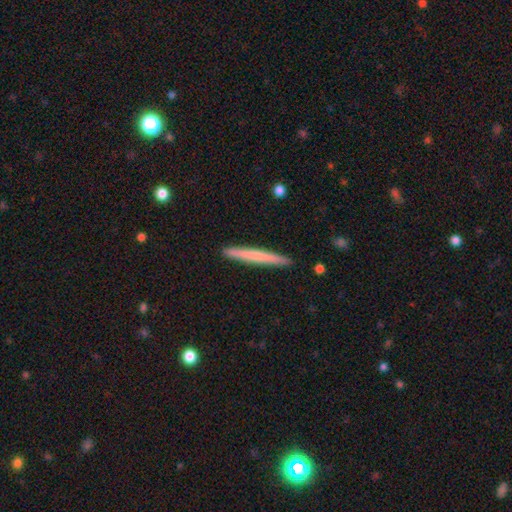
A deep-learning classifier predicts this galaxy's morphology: A smooth galaxy with no disk features (61%) that is cigar-shaped (97%). Merging: none (92%).